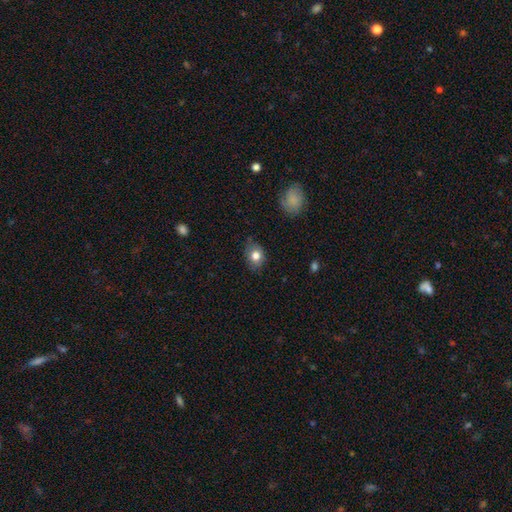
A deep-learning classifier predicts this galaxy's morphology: Smooth or featured?
  - smooth: 78% *
  - featured or disk: 12%
  - star or artifact: 9%
How rounded?
  - in between: 59% *
  - round: 40%
  - cigar-shaped: 1%
Merging?
  - none: 68% *
  - minor disturbance: 25%
  - major disturbance: 5%
  - merger: 1%